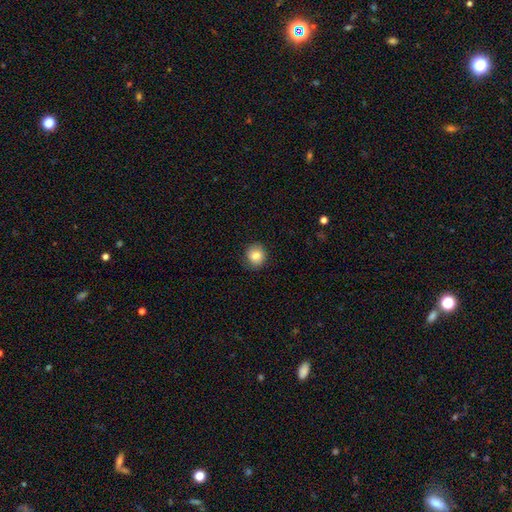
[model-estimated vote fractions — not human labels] Smooth or featured: smooth — 83% (star or artifact — 9%)
How rounded: round — 87% (in between — 12%)
Merging: none — 86% (minor disturbance — 10%)